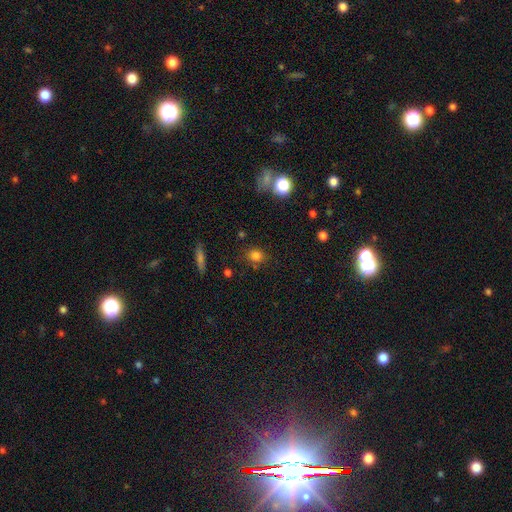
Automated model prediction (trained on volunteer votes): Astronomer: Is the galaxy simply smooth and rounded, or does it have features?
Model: smooth — 79%.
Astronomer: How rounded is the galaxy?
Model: round — 65%.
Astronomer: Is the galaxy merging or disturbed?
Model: none — 78%.